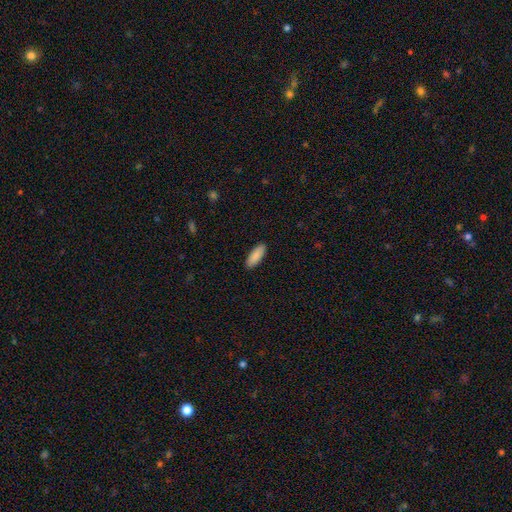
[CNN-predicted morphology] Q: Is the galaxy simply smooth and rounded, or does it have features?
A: smooth — 90%.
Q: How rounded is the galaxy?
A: in between — 69%.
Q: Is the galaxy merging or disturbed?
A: none — 90%.